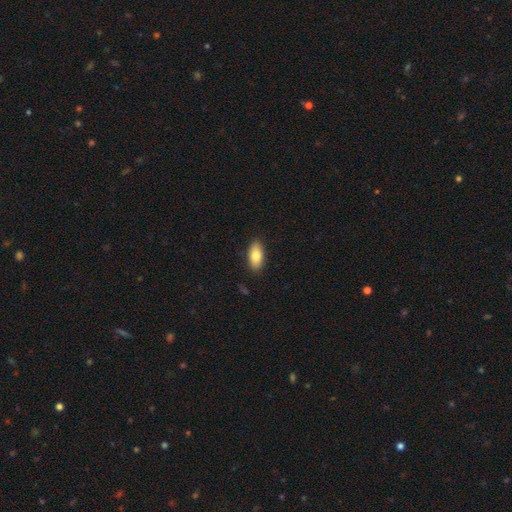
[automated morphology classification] A smooth galaxy with no disk features (83%) that is in between round and cigar-shaped (89%).

Vote fractions:
- Smooth or featured? smooth: 83% / featured or disk: 10% / star or artifact: 6%
- How rounded? in between: 89% / cigar-shaped: 8% / round: 3%
- Merging? none: 88% / minor disturbance: 9% / major disturbance: 2% / merger: 1%